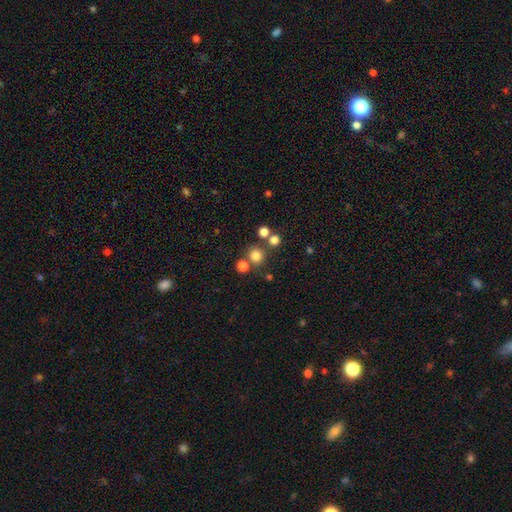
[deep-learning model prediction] A smooth galaxy with no disk features (76%) that is round (90%).

Vote fractions:
- Smooth or featured? smooth: 76% / star or artifact: 17% / featured or disk: 7%
- How rounded? round: 90% / in between: 9% / cigar-shaped: 1%
- Merging? none: 73% / merger: 16% / minor disturbance: 7% / major disturbance: 3%